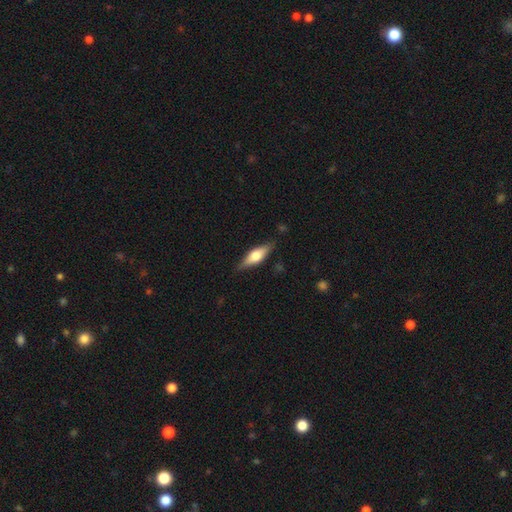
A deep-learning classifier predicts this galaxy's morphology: This appears to be a featured or disk galaxy (48%). Merging: none (83%).